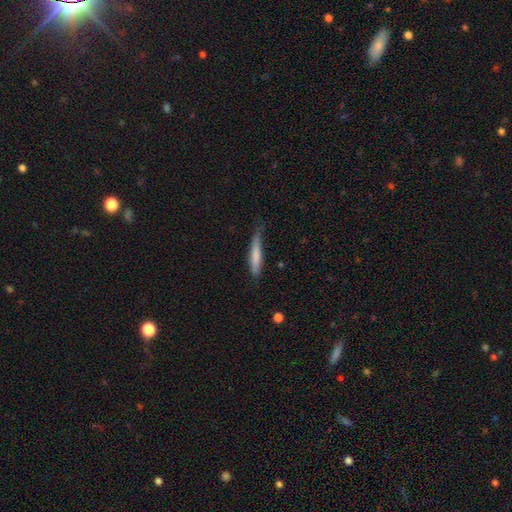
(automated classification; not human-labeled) smooth 75%, featured or disk 20%, star or artifact 6%. Down the decision tree: how rounded — cigar-shaped (90%); merging — none (59%).